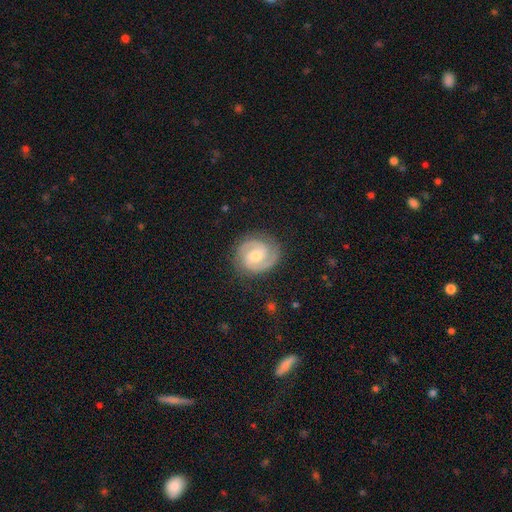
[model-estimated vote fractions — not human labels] This appears to be a featured or disk galaxy (87%) with a weak bar (45%), 2 (91%) tight (50%) spiral arms (98%) and a moderate central bulge (60%). Merging: none (85%).